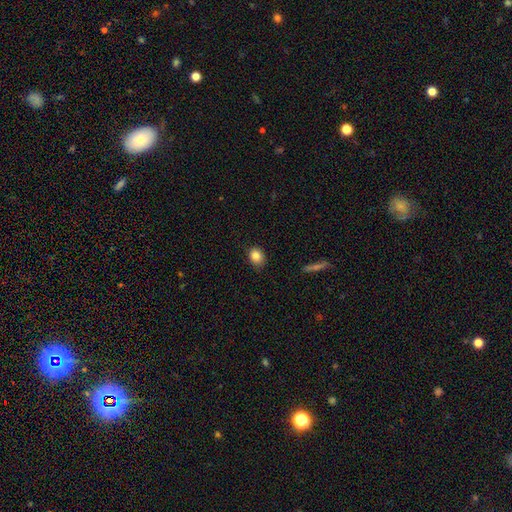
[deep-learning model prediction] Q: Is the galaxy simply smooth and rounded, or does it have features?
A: smooth — 84%.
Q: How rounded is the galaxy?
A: round — 54%.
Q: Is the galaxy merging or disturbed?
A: none — 81%.